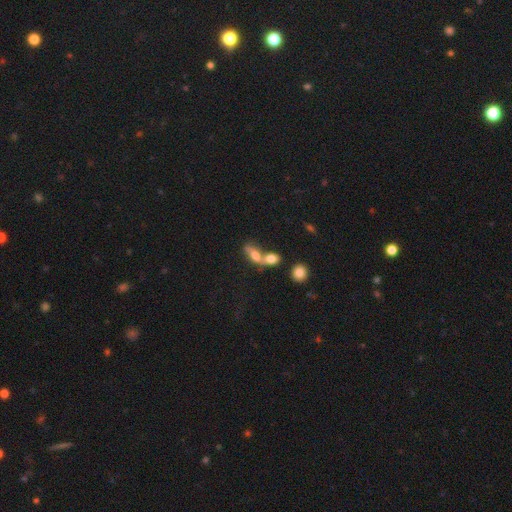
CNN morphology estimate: Smooth or featured?
  - smooth: 56% *
  - featured or disk: 30%
  - star or artifact: 14%
How rounded?
  - in between: 65% *
  - cigar-shaped: 19%
  - round: 16%
Merging?
  - merger: 59% *
  - none: 24%
  - minor disturbance: 9%
  - major disturbance: 7%